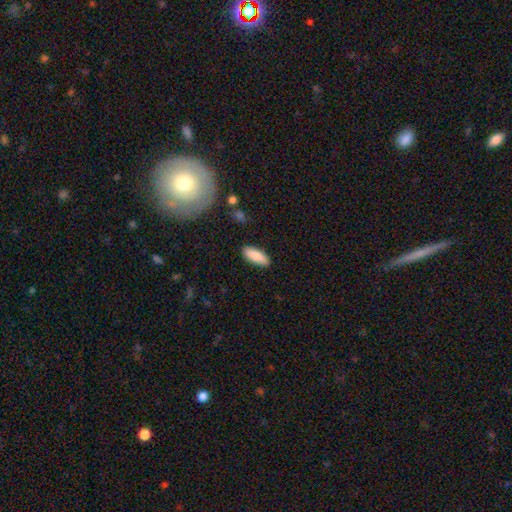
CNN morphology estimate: Overall: smooth (87%). How rounded: in between (68%; cigar-shaped 30%). Merging: none (87%).